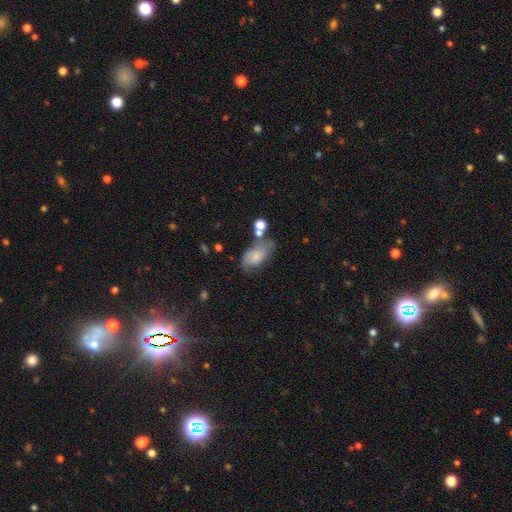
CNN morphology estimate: This is possibly a smooth galaxy (58%). How rounded: clearly in between (88%). Merging: marginally none (41%).